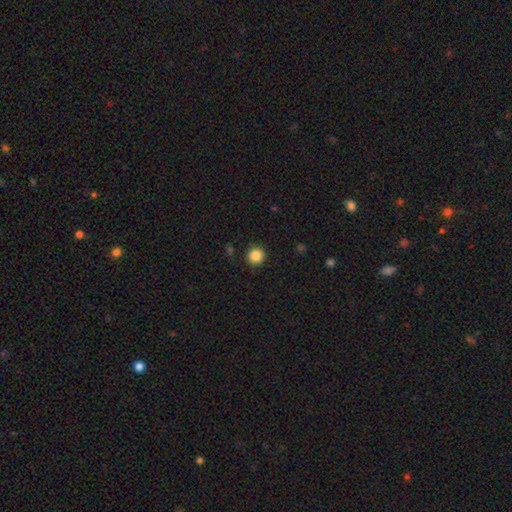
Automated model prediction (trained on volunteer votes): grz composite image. It shows a smooth galaxy with no disk features (86%) that is round (95%). Merging: none (91%).